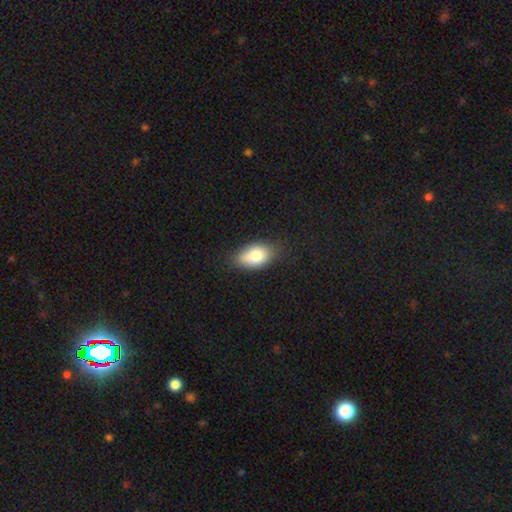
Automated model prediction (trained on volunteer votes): The model was most divided on "merging": none: 74%, minor disturbance: 21%, major disturbance: 4%, merger: 1%. More confident: how rounded — in between (90%); smooth or featured — smooth (82%).